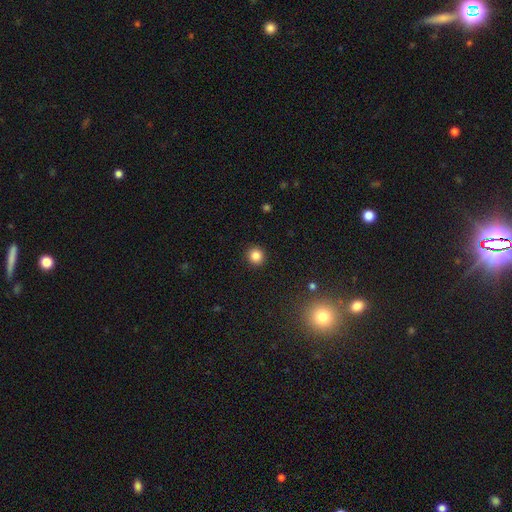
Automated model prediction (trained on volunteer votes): Q: Smooth or featured?
A: smooth (85%); runner-up: star or artifact (11%)
Q: How rounded?
A: round (93%); runner-up: in between (6%)
Q: Merging?
A: none (92%); runner-up: minor disturbance (5%)